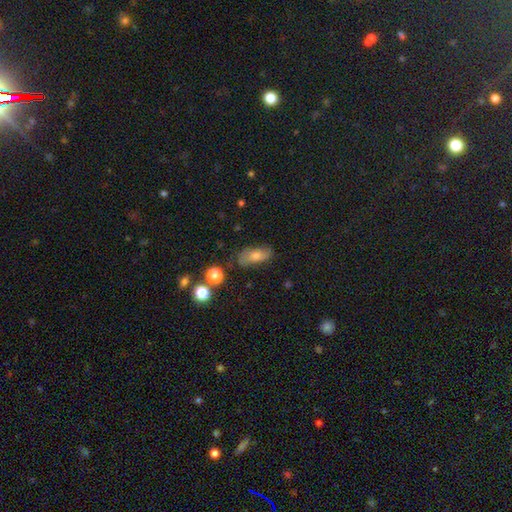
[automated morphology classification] A smooth galaxy with no disk features (63%) that is in between round and cigar-shaped (76%).

Vote fractions:
- Smooth or featured? smooth: 63% / featured or disk: 25% / star or artifact: 12%
- How rounded? in between: 76% / cigar-shaped: 17% / round: 7%
- Merging? none: 71% / minor disturbance: 20% / major disturbance: 6% / merger: 3%